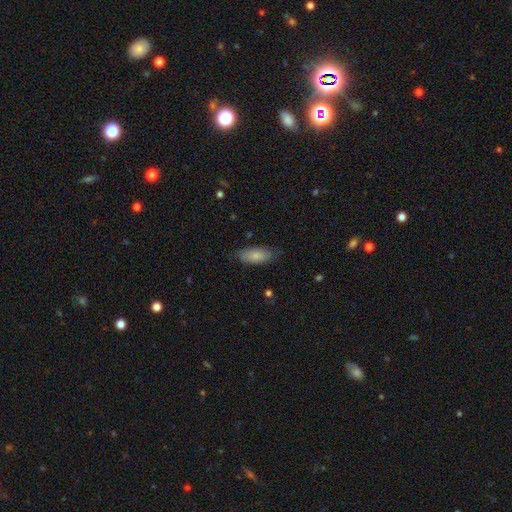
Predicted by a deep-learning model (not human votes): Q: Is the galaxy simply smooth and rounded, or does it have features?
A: smooth — 82%.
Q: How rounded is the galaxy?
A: in between — 84%.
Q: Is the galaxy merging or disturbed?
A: none — 77%.